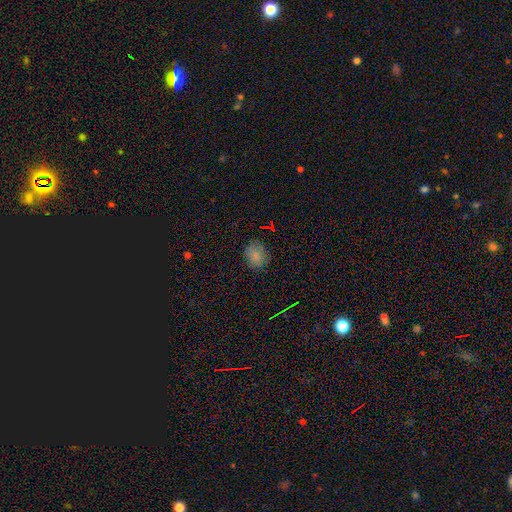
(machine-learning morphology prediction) A smooth galaxy with no disk features (78%) that is round (65%). Merging: none (81%).